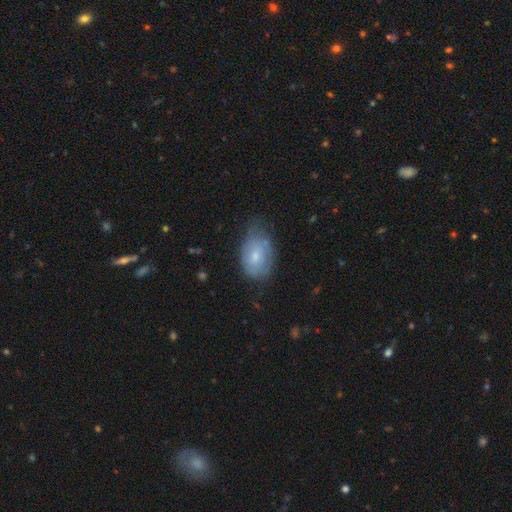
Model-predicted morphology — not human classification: Q: Smooth or featured?
A: smooth (62%); runner-up: featured or disk (31%)
Q: How rounded?
A: in between (86%); runner-up: round (13%)
Q: Merging?
A: none (44%); runner-up: minor disturbance (40%)